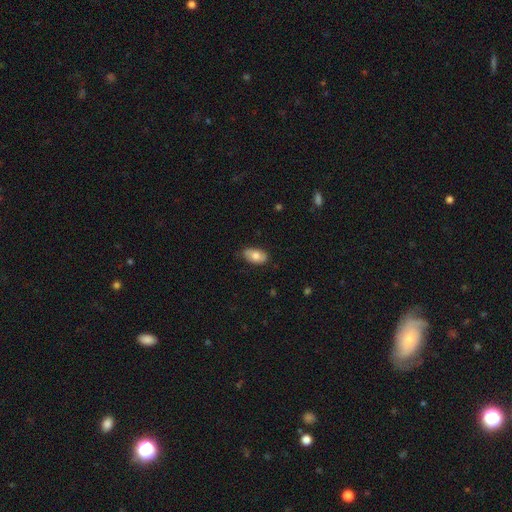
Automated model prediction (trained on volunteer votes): The model was most divided on "smooth or featured": smooth: 76%, featured or disk: 18%, star or artifact: 6%. More confident: how rounded — in between (93%); merging — none (81%).